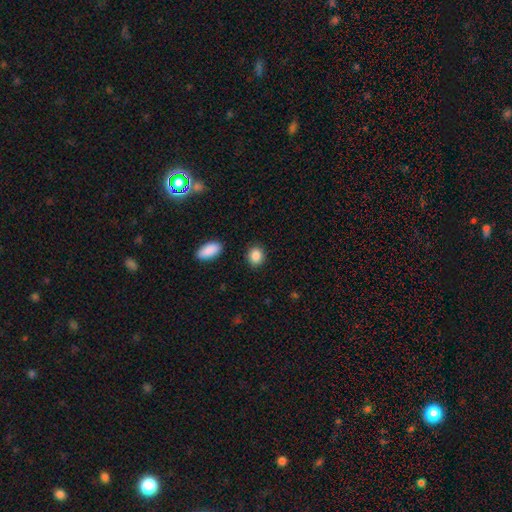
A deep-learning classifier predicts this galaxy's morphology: Smooth or featured? Predicted: smooth (p=0.88). How rounded? Predicted: round (p=0.59). Merging? Predicted: none (p=0.89).